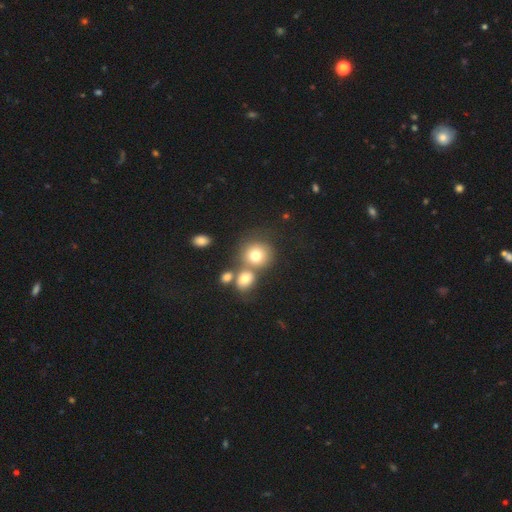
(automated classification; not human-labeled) smooth_or_featured: smooth (p=0.74) [alt: featured or disk p=0.14]
how_rounded: round (p=0.84) [alt: in between p=0.15]
merging: none (p=0.51) [alt: merger p=0.34]